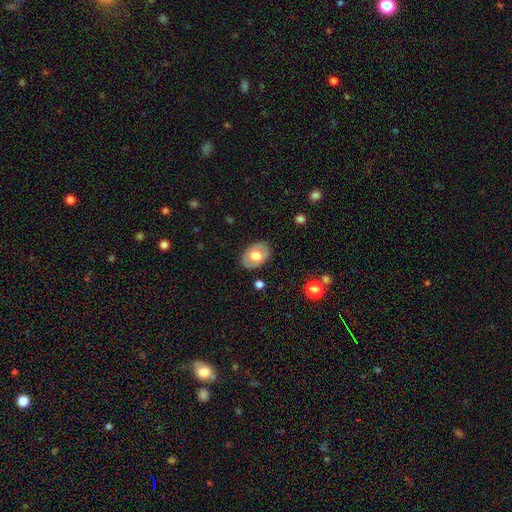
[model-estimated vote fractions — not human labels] smooth_or_featured: smooth (p=0.58) [alt: featured or disk p=0.36]
how_rounded: in between (p=0.83) [alt: round p=0.16]
merging: none (p=0.84) [alt: minor disturbance p=0.12]